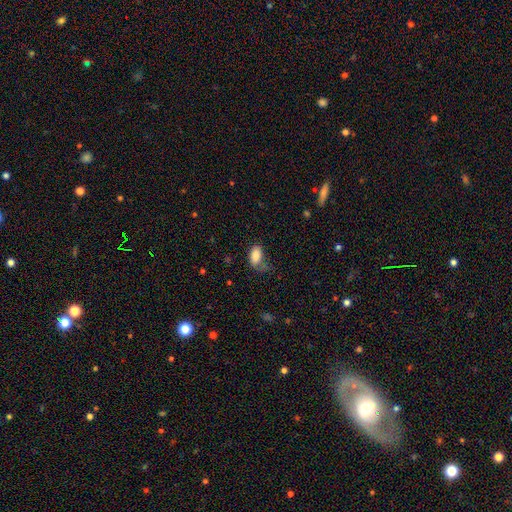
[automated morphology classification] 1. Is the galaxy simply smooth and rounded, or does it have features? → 86% smooth, 8% star or artifact, 5% featured or disk.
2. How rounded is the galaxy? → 93% in between, 5% round, 2% cigar-shaped.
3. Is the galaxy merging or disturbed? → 50% none, 29% minor disturbance, 16% major disturbance, 5% merger.